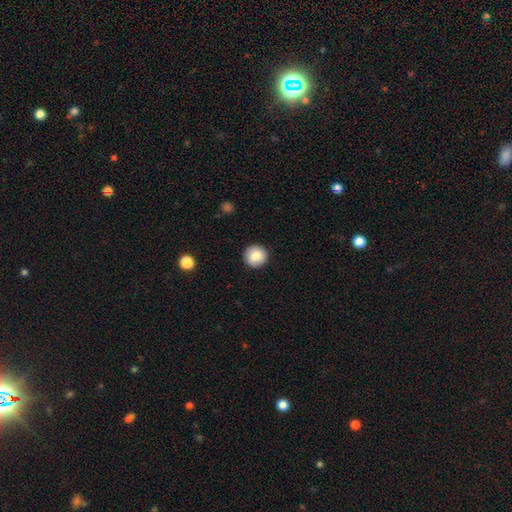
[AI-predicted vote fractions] Smooth or featured?
  - smooth: 85% *
  - star or artifact: 8%
  - featured or disk: 7%
How rounded?
  - round: 95% *
  - in between: 4%
  - cigar-shaped: 1%
Merging?
  - none: 92% *
  - minor disturbance: 6%
  - major disturbance: 2%
  - merger: 1%